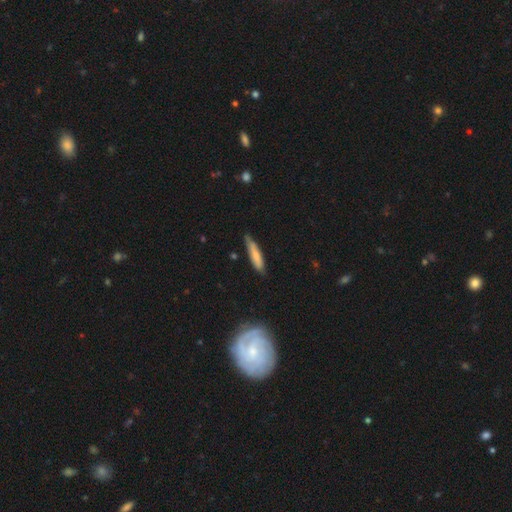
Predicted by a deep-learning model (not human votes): This is likely a smooth galaxy (75%). How rounded: clearly cigar-shaped (85%). Merging: likely none (74%).